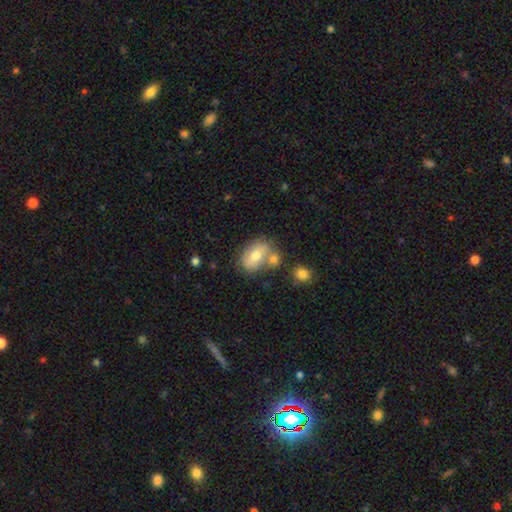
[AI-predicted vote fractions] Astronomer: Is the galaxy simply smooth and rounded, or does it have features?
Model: smooth — 66%.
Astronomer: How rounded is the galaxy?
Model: in between — 82%.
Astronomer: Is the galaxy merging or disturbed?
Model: none — 51% (runner-up: merger, 29%).